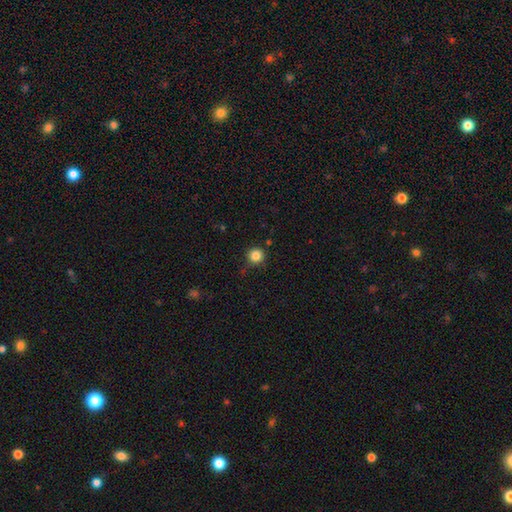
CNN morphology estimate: This appears to be a smooth galaxy with no disk features (84%) that is round (95%). Merging: none (87%).